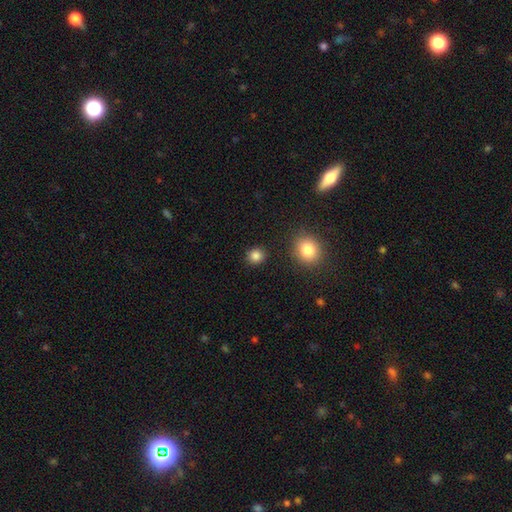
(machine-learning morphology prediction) This is clearly a smooth galaxy (84%). How rounded: clearly round (87%). Merging: clearly none (89%).